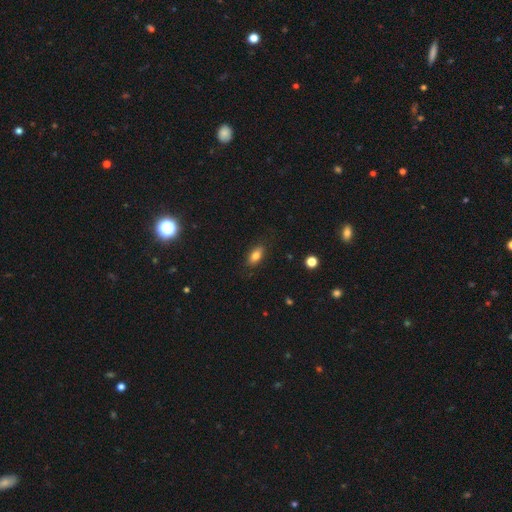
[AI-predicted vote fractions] Smooth or featured? Predicted: smooth (p=0.80). How rounded? Predicted: in between (p=0.87). Merging? Predicted: none (p=0.84).